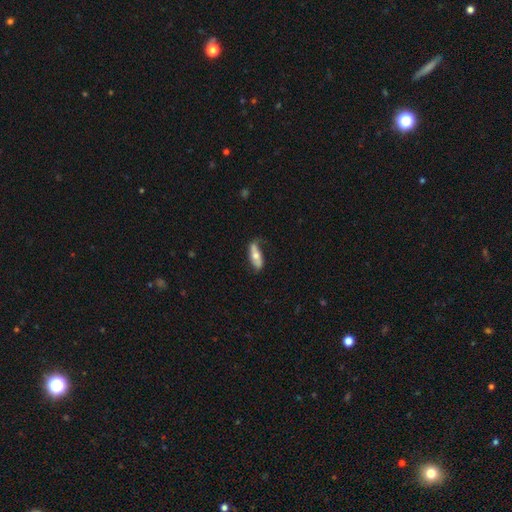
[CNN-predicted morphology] Overall: smooth (52%; featured or disk 43%). How rounded: in between (62%; cigar-shaped 35%). Merging: none (61%; minor disturbance 28%).